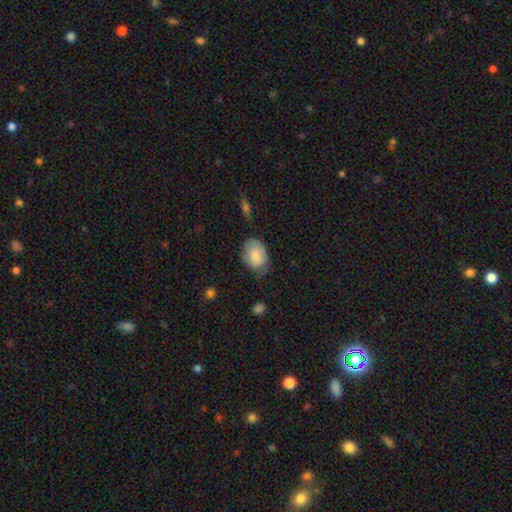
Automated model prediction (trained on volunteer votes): Morphology: type=smooth (82%); roundness=in between (78%); merging=none (59%).